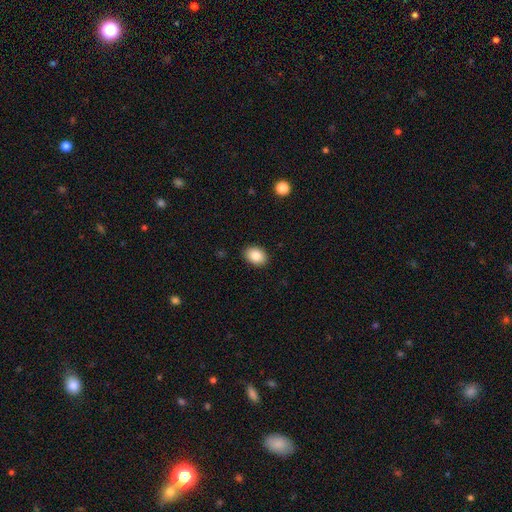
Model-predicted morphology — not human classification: This is clearly a smooth galaxy (85%). How rounded: likely in between (70%). Merging: clearly none (90%).